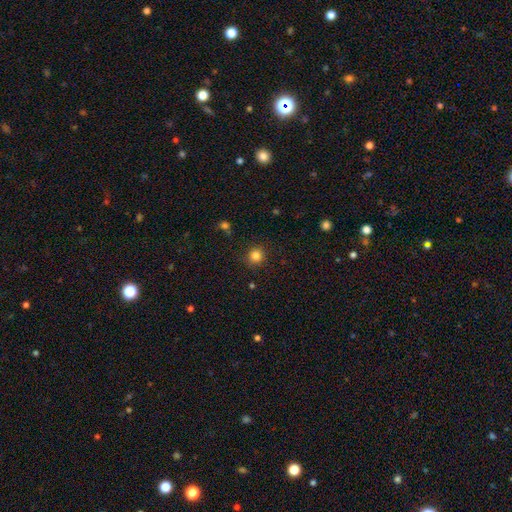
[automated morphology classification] smooth-or-featured: smooth: 83% | star or artifact: 13% | featured or disk: 4%
  how-rounded: round: 92% | in between: 7% | cigar-shaped: 1%
  merging: none: 89% | minor disturbance: 7% | major disturbance: 2% | merger: 1%